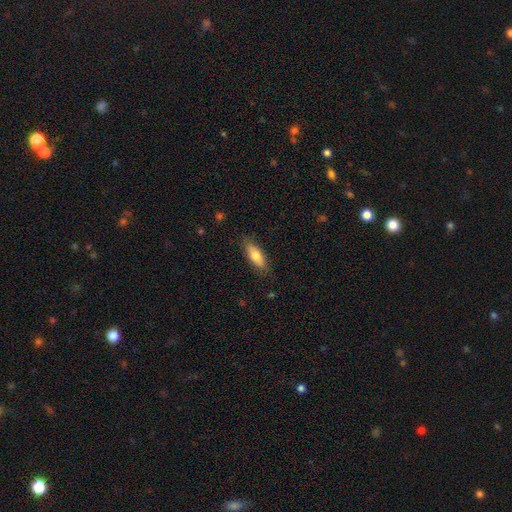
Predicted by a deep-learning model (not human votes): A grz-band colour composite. It shows a smooth galaxy with no disk features (75%) that is in between round and cigar-shaped (68%). Merging: none (81%).